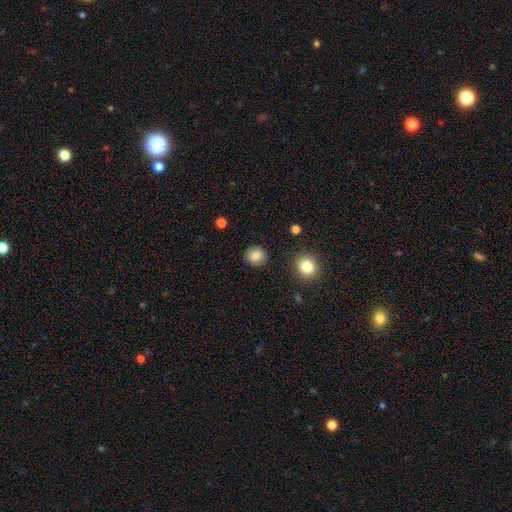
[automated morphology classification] A smooth galaxy with no disk features (84%) that is round (84%). Merging: none (88%).